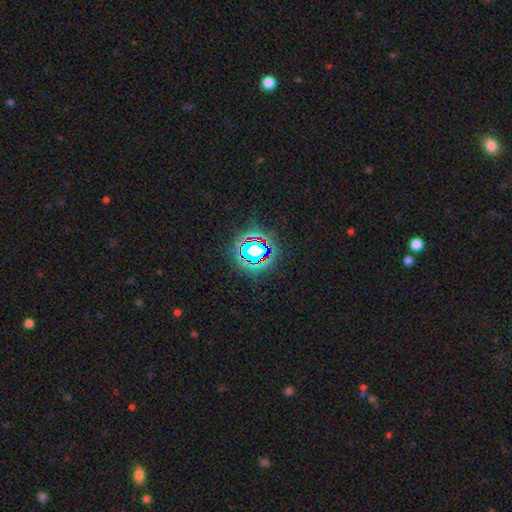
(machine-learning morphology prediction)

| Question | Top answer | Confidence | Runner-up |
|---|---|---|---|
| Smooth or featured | star or artifact | 81% | smooth (12%) |